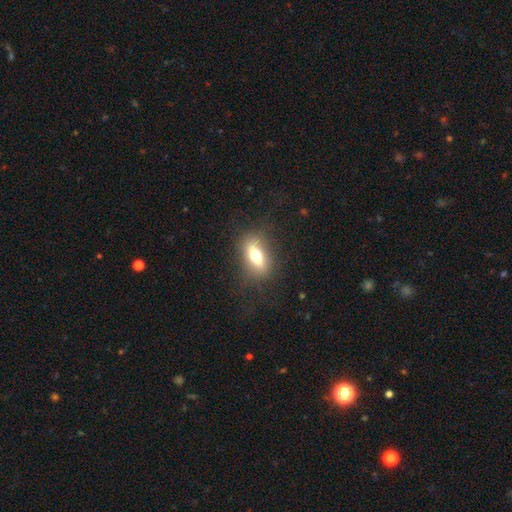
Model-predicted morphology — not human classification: This is likely a smooth galaxy (61%). How rounded: likely in between (65%). Merging: likely none (80%).